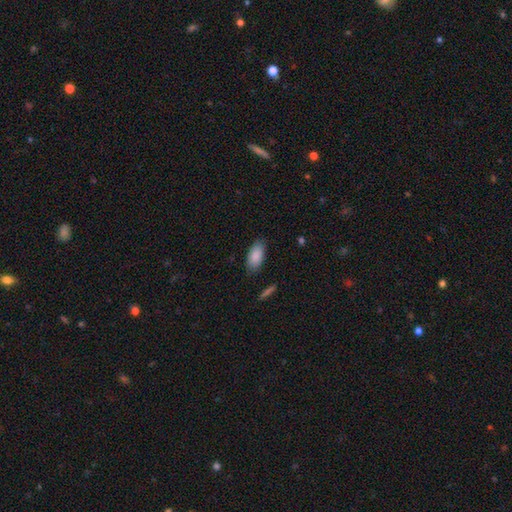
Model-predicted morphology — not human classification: smooth-or-featured: smooth: 88% | star or artifact: 6% | featured or disk: 5%
  how-rounded: in between: 91% | cigar-shaped: 7% | round: 2%
  merging: none: 84% | minor disturbance: 12% | major disturbance: 3% | merger: 2%